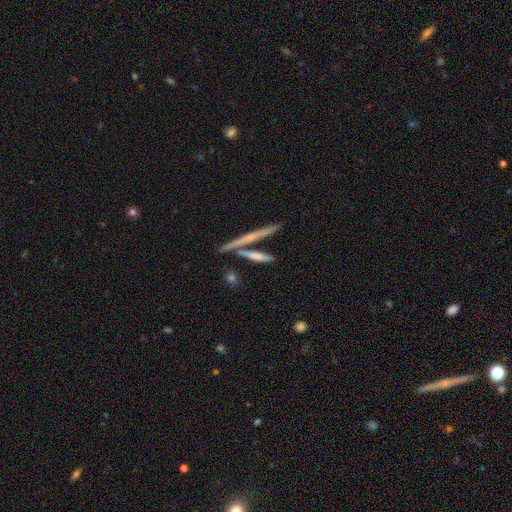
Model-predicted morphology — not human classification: The model was most divided on "smooth or featured": smooth: 58%, featured or disk: 33%, star or artifact: 8%. More confident: how rounded — cigar-shaped (85%); merging — none (68%).